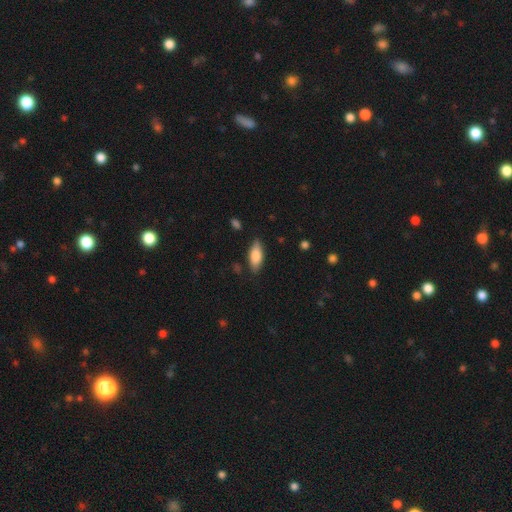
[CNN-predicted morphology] A smooth galaxy with no disk features (79%) that is in between round and cigar-shaped (76%). Merging: none (84%).